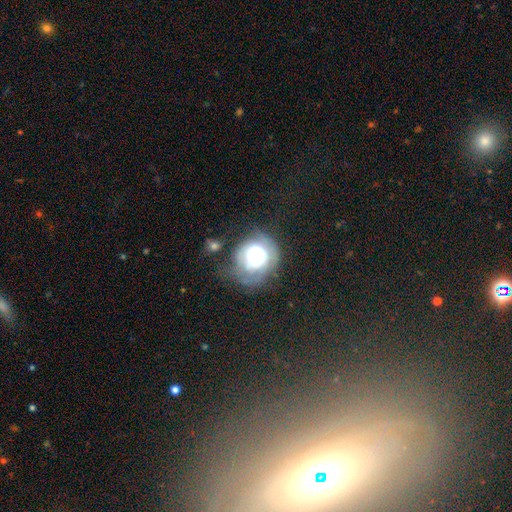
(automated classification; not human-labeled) This is possibly a smooth galaxy (55%). How rounded: likely round (77%). Merging: marginally none (36%).